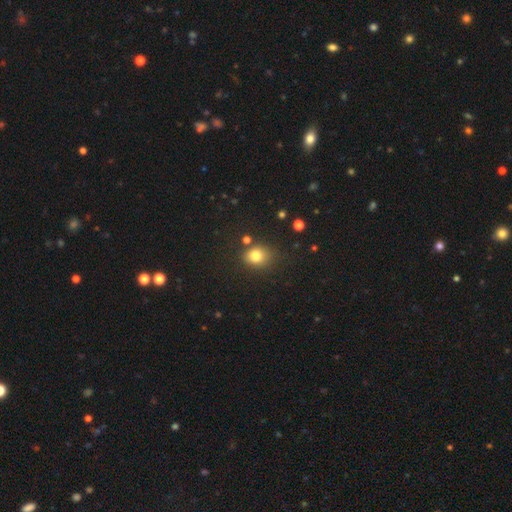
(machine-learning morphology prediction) Smooth or featured: smooth — 80% (star or artifact — 12%)
How rounded: round — 60% (in between — 39%)
Merging: none — 70% (minor disturbance — 17%)